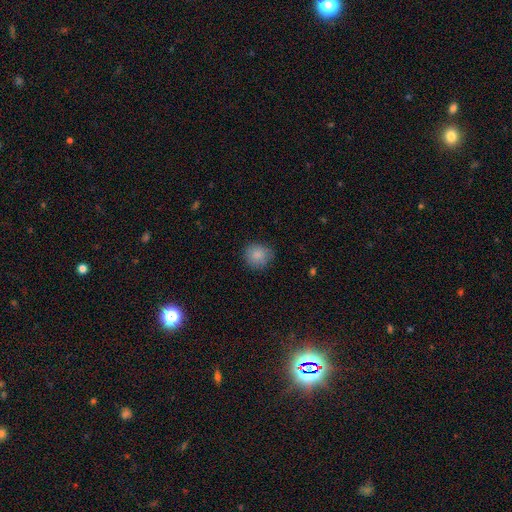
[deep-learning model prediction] A smooth galaxy with no disk features (86%) that is round (88%).

Vote fractions:
- Smooth or featured? smooth: 86% / star or artifact: 8% / featured or disk: 5%
- How rounded? round: 88% / in between: 11% / cigar-shaped: 1%
- Merging? none: 82% / minor disturbance: 14% / major disturbance: 3% / merger: 1%